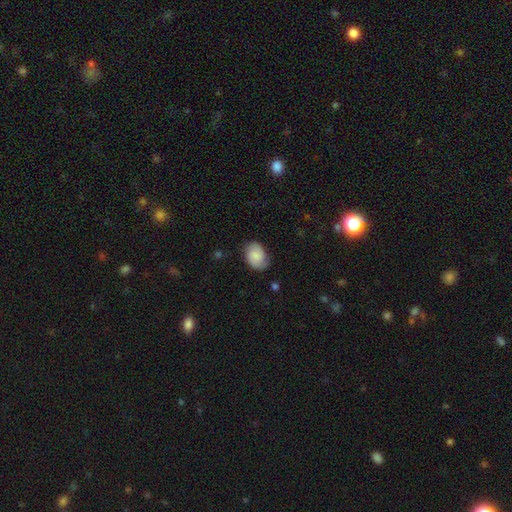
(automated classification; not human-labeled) Morphology: type=smooth (56%); roundness=in between (75%); merging=none (74%).